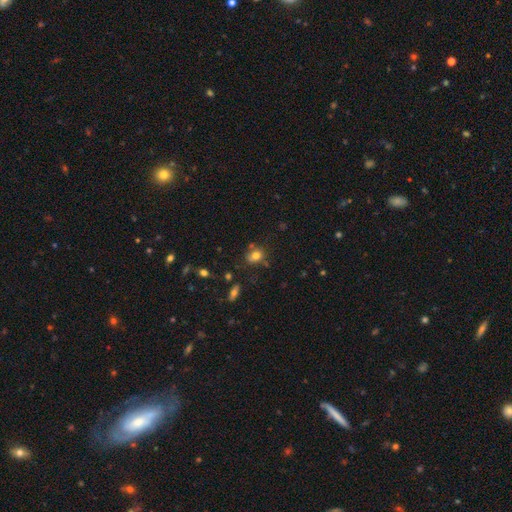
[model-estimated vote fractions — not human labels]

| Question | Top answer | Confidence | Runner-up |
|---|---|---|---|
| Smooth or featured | smooth | 76% | star or artifact (14%) |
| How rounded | round | 60% | in between (39%) |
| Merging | none | 60% | minor disturbance (20%) |